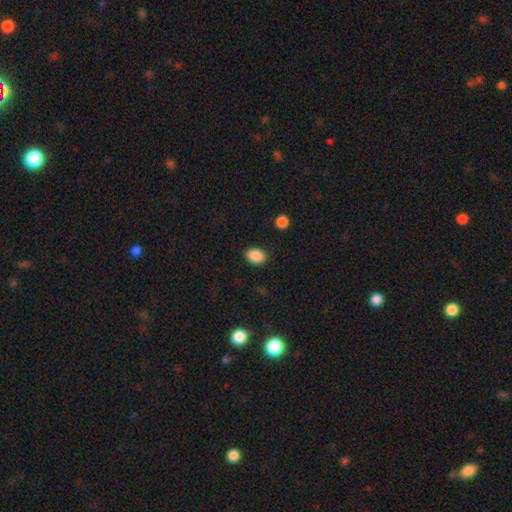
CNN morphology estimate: The model was most divided on "how rounded": in between: 77%, round: 22%, cigar-shaped: 1%. More confident: smooth or featured — smooth (88%); merging — none (85%).